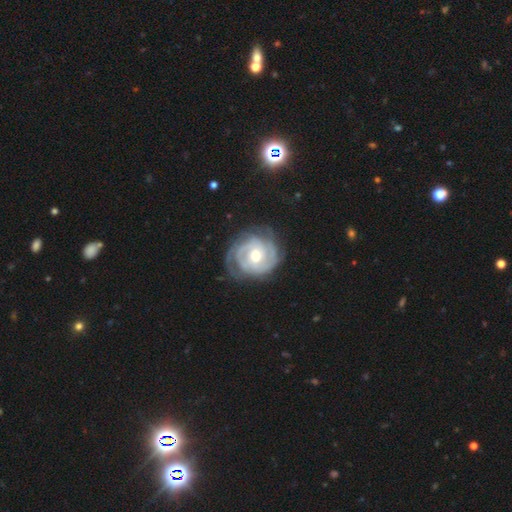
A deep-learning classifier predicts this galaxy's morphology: A featured or disk galaxy (86%) with no bar (65%), 2 (28%, tied with can't tell) tight (71%) spiral arms (95%) and a moderate central bulge (68%).

Vote fractions:
- Smooth or featured? featured or disk: 86% / smooth: 10% / star or artifact: 5%
- Edge-on disk? no: 98% / yes: 2%
- Bar? no: 65% / weak: 27% / strong: 8%
- Spiral arms? yes: 95% / no: 5%
- Spiral winding? tight: 71% / medium: 23% / loose: 6%
- Spiral arm count? 2: 28% (tied) / can't tell: 28% (tied) / 3: 24% / 4: 8% / 1: 6% / more than 4: 5%
- Bulge size? moderate: 68% / small: 27% / large: 4% / none: 1% / dominant: 1%
- Merging? none: 72% / minor disturbance: 19% / major disturbance: 8% / merger: 1%